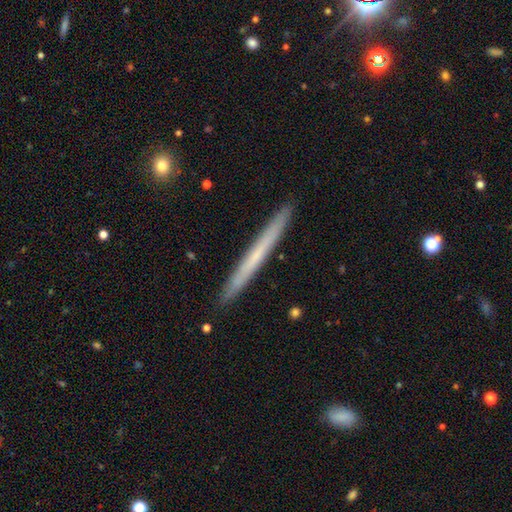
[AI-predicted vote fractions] A smooth galaxy with no disk features (51%) that is cigar-shaped (97%).

Vote fractions:
- Smooth or featured? smooth: 51% / featured or disk: 43% / star or artifact: 5%
- How rounded? cigar-shaped: 97% / in between: 1% / round: 1%
- Merging? none: 92% / minor disturbance: 6% / major disturbance: 1% / merger: 1%